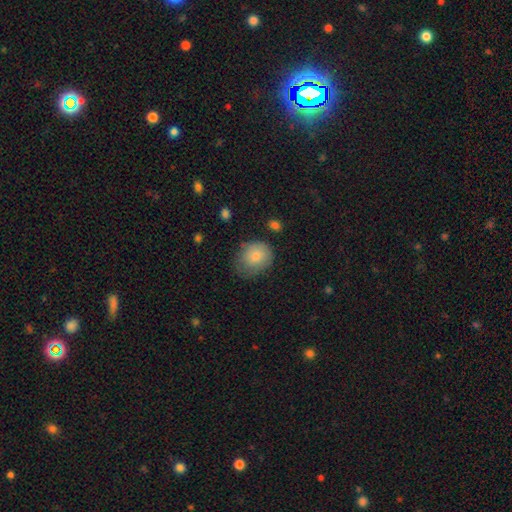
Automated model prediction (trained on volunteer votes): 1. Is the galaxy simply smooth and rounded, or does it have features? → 79% smooth, 13% featured or disk, 8% star or artifact.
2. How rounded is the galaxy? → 65% round, 34% in between, 1% cigar-shaped.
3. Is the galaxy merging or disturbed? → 54% none, 32% minor disturbance, 12% major disturbance, 2% merger.